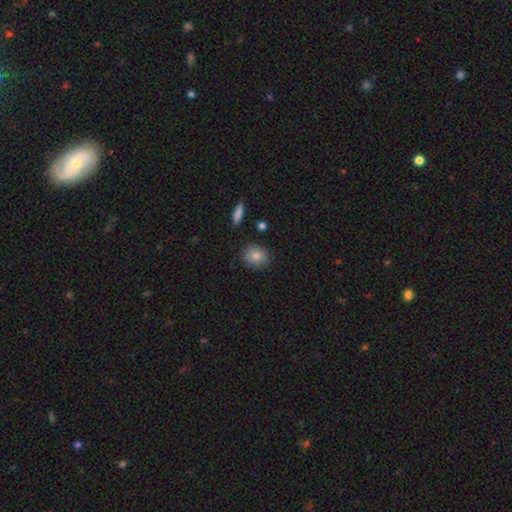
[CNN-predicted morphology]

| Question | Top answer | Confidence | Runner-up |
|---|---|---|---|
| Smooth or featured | smooth | 85% | star or artifact (8%) |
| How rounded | round | 72% | in between (26%) |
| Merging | none | 86% | minor disturbance (9%) |